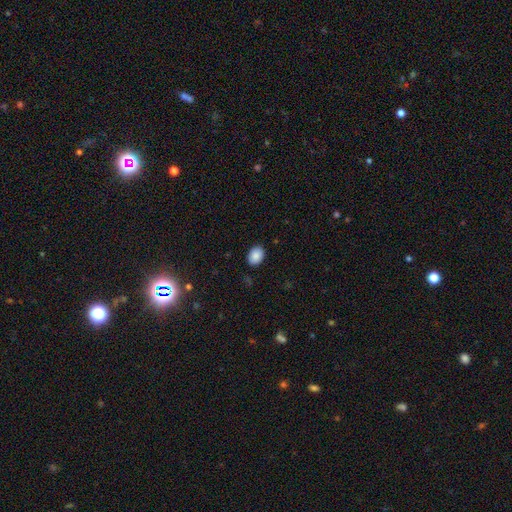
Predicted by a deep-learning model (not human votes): This appears to be a smooth galaxy with no disk features (88%) that is in between round and cigar-shaped (77%). Merging: none (88%).